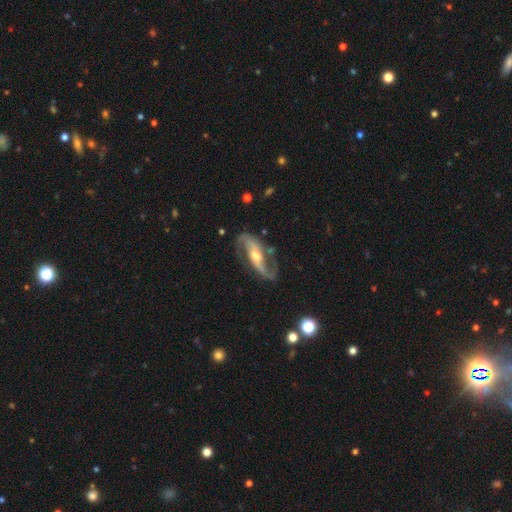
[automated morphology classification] This appears to be a featured or disk galaxy (91%) with a strong bar (47%), 2 (93%) loose (47%) spiral arms (97%) and a moderate central bulge (62%). Merging: none (77%).